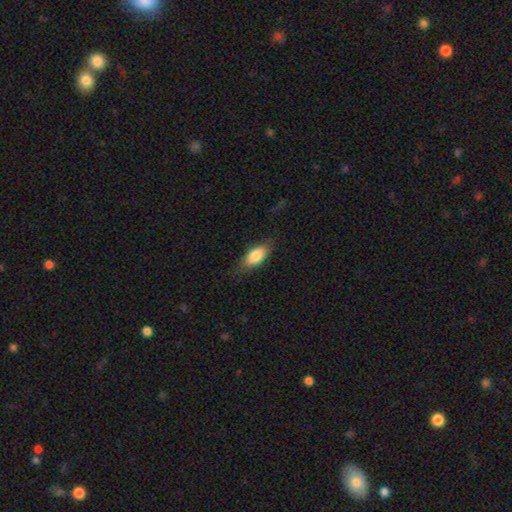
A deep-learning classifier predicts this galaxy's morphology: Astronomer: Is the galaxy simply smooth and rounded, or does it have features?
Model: smooth — 81%.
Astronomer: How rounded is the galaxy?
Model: in between — 86%.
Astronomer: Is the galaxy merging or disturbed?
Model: none — 78%.